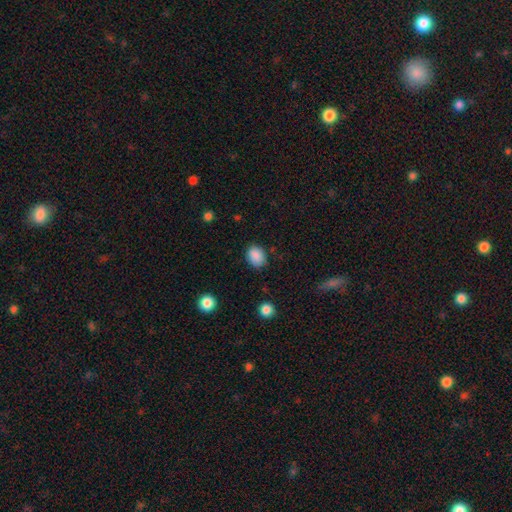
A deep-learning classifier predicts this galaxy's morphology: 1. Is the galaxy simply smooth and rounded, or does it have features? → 88% smooth, 9% star or artifact, 3% featured or disk.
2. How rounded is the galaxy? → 57% in between, 42% round, 1% cigar-shaped.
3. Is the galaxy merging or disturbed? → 80% none, 15% minor disturbance, 3% major disturbance, 1% merger.